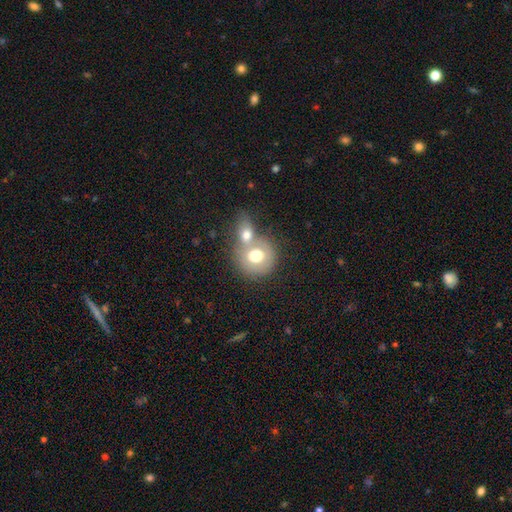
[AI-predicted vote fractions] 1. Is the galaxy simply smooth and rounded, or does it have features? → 66% smooth, 26% featured or disk, 8% star or artifact.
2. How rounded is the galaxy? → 81% round, 18% in between, 1% cigar-shaped.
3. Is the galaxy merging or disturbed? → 56% merger, 32% none, 8% minor disturbance, 4% major disturbance.